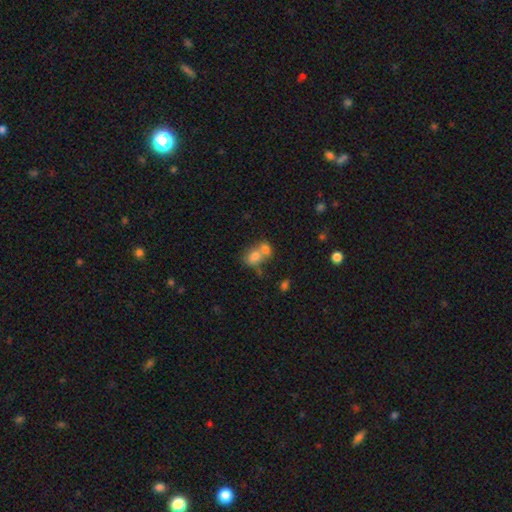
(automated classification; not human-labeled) Smooth or featured? Predicted: smooth (p=0.73). How rounded? Predicted: in between (p=0.57). Merging? Predicted: merger (p=0.65).